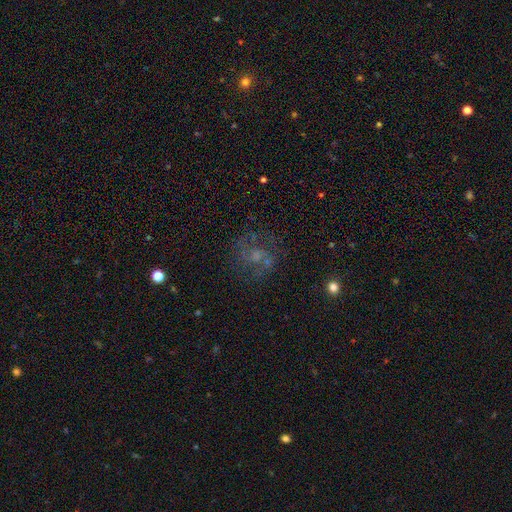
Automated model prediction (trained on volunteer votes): This appears to be a featured or disk galaxy (60%) with no bar (63%), spiral arms (76%) and a small central bulge (36%). Merging: none (64%).